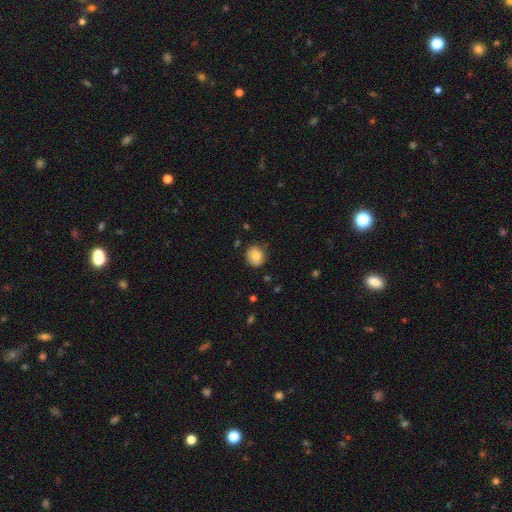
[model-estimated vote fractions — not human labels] The model was most divided on "merging": none: 77%, minor disturbance: 18%, major disturbance: 3%, merger: 2%. More confident: how rounded — round (81%); smooth or featured — smooth (80%).